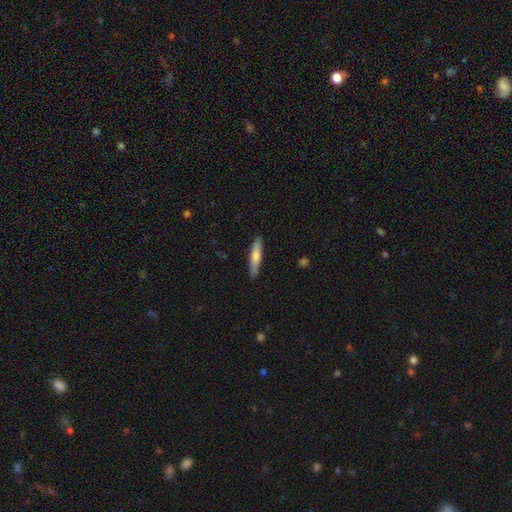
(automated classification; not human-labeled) This is likely a smooth galaxy (65%). How rounded: clearly cigar-shaped (87%). Merging: clearly none (88%).